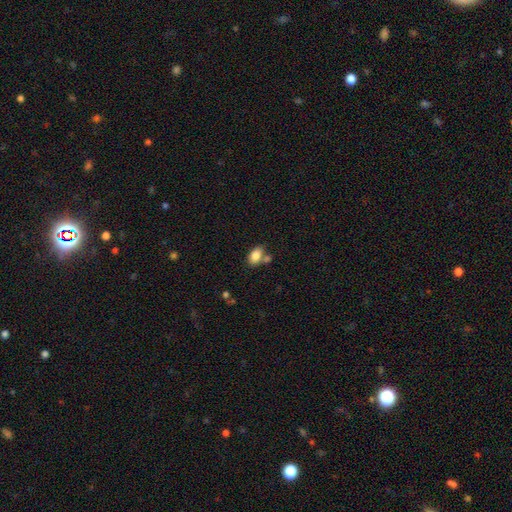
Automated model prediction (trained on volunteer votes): smooth-or-featured: smooth: 83% | featured or disk: 9% | star or artifact: 8%
  how-rounded: in between: 89% | round: 10% | cigar-shaped: 2%
  merging: none: 56% | merger: 25% | minor disturbance: 14% | major disturbance: 5%